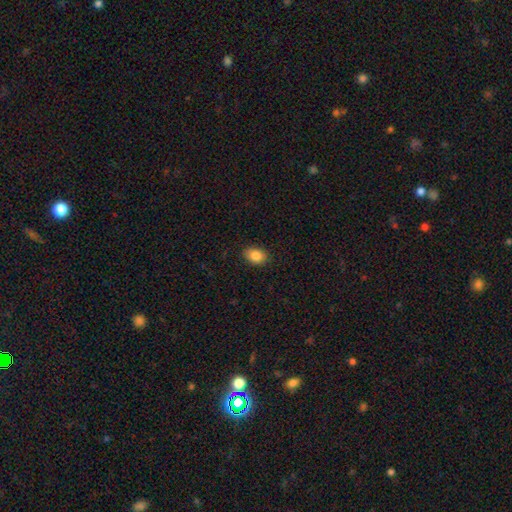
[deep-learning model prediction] Smooth or featured? Predicted: smooth (p=0.86). How rounded? Predicted: in between (p=0.75). Merging? Predicted: none (p=0.88).